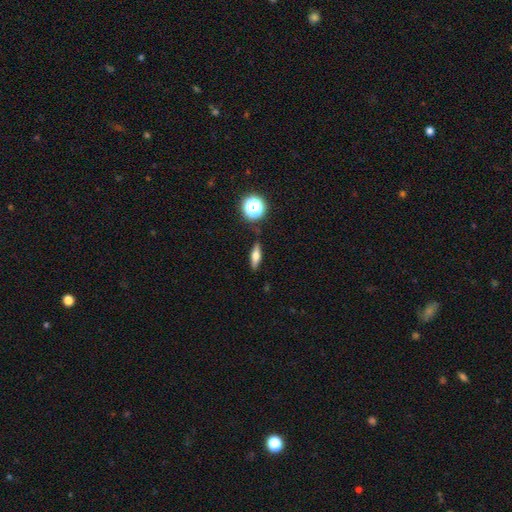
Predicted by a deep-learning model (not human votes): Q: Smooth or featured?
A: smooth (51%); runner-up: featured or disk (38%)
Q: How rounded?
A: cigar-shaped (49%); runner-up: in between (41%)
Q: Merging?
A: none (85%); runner-up: minor disturbance (11%)